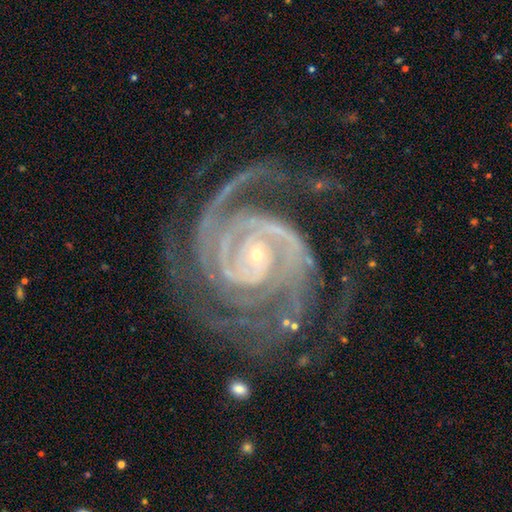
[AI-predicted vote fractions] A featured or disk galaxy (93%) with no bar (58%), 2 (40%) tight (71%) spiral arms (99%) and a small central bulge (84%).

Vote fractions:
- Smooth or featured? featured or disk: 93% / star or artifact: 5% / smooth: 2%
- Edge-on disk? no: 98% / yes: 2%
- Bar? no: 58% / weak: 25% / strong: 17%
- Spiral arms? yes: 99% / no: 1%
- Spiral winding? tight: 71% / medium: 25% / loose: 4%
- Spiral arm count? 2: 40% / 3: 21% / 4: 12% / can't tell: 11% / more than 4: 8% / 1: 8%
- Bulge size? small: 84% / moderate: 12% / none: 2% / large: 1% / dominant: 1%
- Merging? none: 64% / minor disturbance: 18% / major disturbance: 16% / merger: 2%